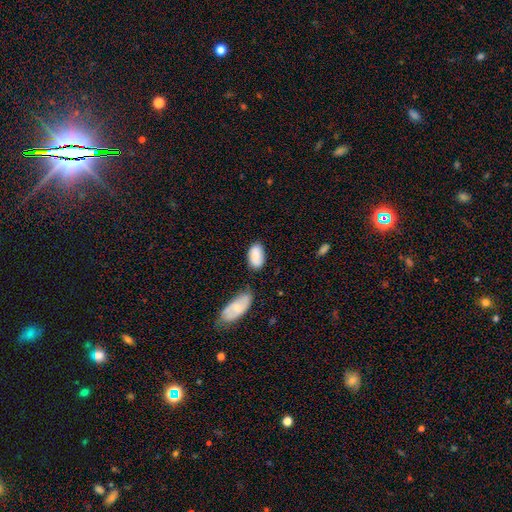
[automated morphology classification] Smooth or featured?
  - smooth: 81% *
  - featured or disk: 12%
  - star or artifact: 7%
How rounded?
  - in between: 94% *
  - round: 4%
  - cigar-shaped: 2%
Merging?
  - none: 65% *
  - minor disturbance: 21%
  - merger: 10%
  - major disturbance: 5%